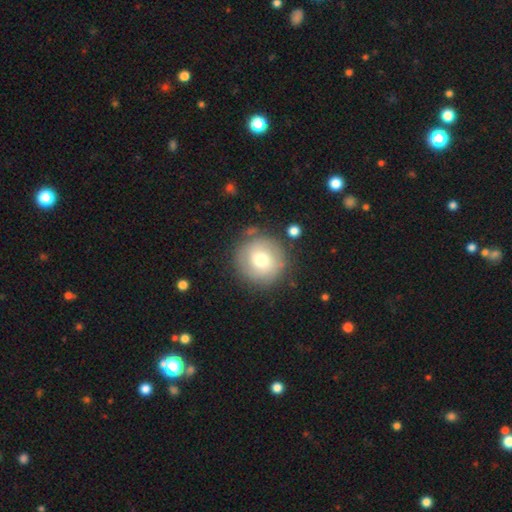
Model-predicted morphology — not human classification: The model was most divided on "smooth or featured": smooth: 59%, featured or disk: 32%, star or artifact: 9%. More confident: how rounded — round (94%); merging — none (83%).